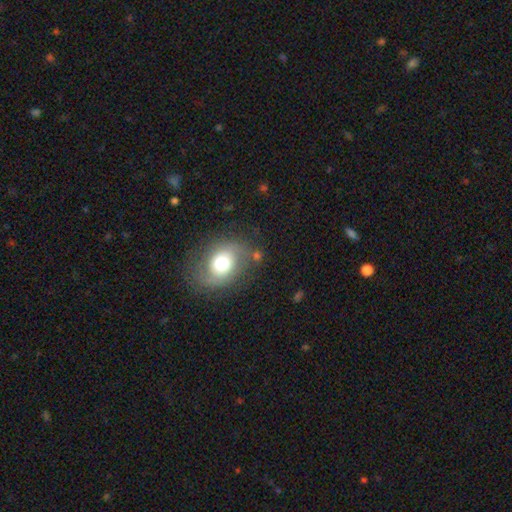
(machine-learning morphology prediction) This appears to be a featured or disk galaxy (47%). Merging: none (74%).